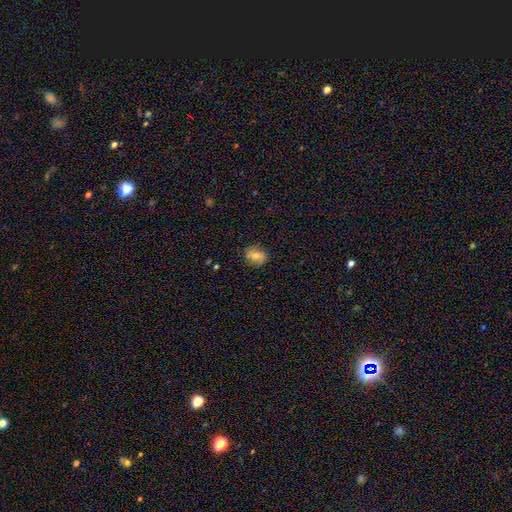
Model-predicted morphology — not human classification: smooth 67%, featured or disk 22%, star or artifact 11%. Down the decision tree: how rounded — in between (53%); merging — none (83%).